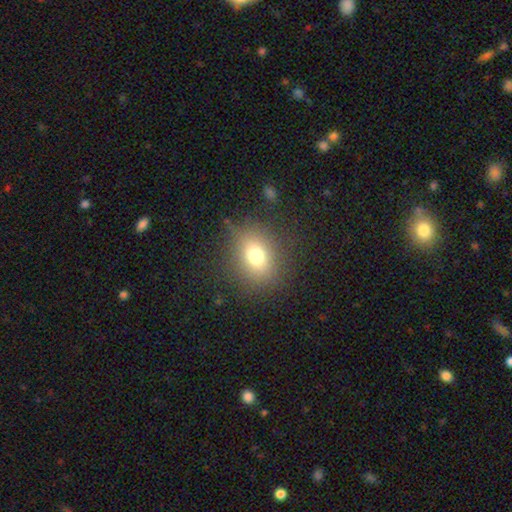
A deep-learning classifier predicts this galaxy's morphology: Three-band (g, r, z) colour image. It shows a smooth galaxy with no disk features (73%) that is round (58%). Merging: none (83%).